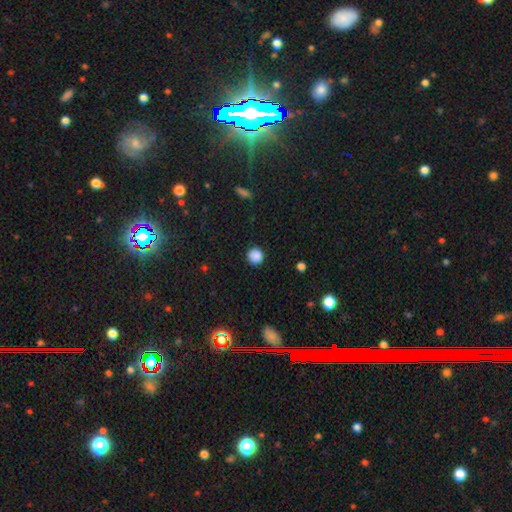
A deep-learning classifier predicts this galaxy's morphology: A smooth galaxy with no disk features (87%) that is round (94%). Merging: none (91%).